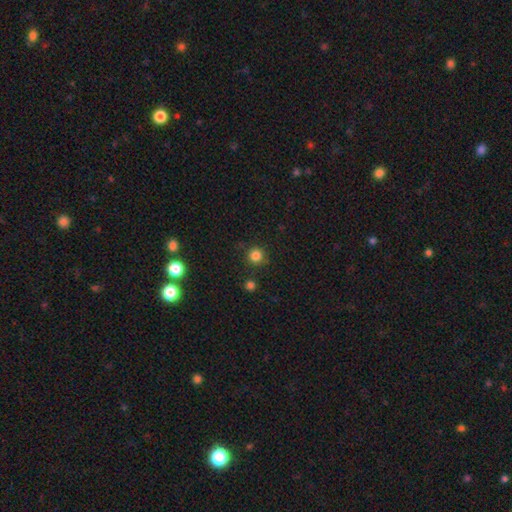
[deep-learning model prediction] smooth_or_featured: smooth (p=0.82) [alt: star or artifact p=0.14]
how_rounded: round (p=0.95) [alt: in between p=0.04]
merging: none (p=0.86) [alt: minor disturbance p=0.08]